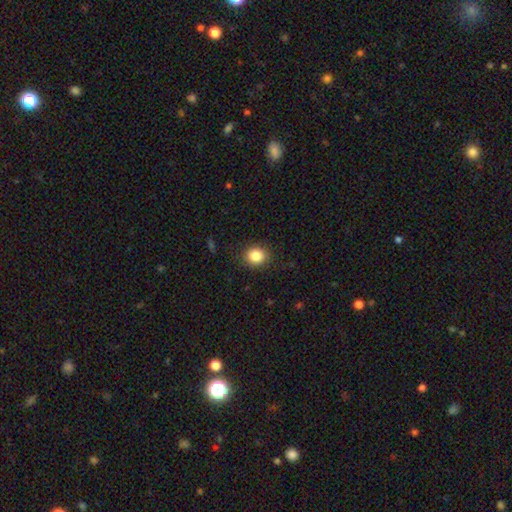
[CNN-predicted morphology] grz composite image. It shows a smooth galaxy with no disk features (85%) that is round (76%). Merging: none (89%).